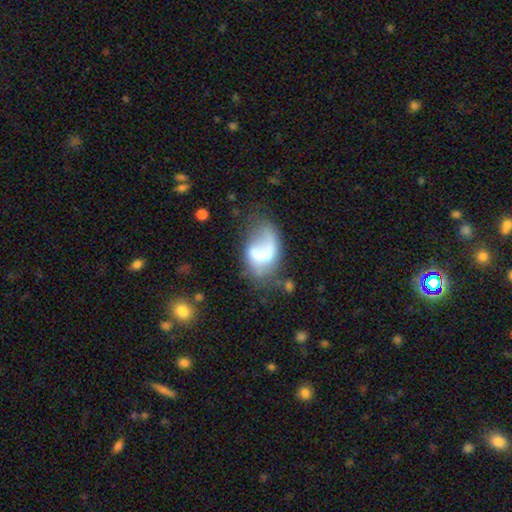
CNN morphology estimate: This is possibly a smooth galaxy (47%). Merging: marginally major disturbance (44%).